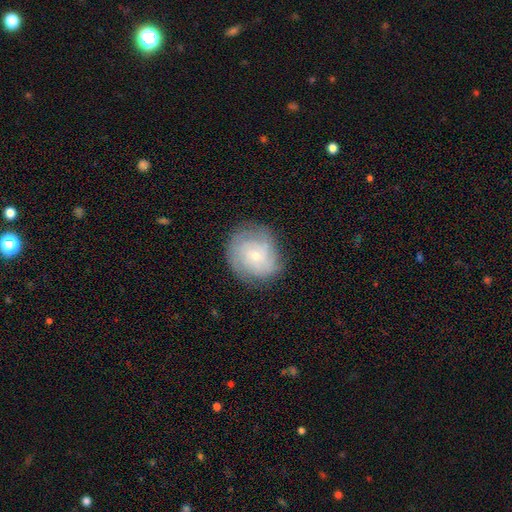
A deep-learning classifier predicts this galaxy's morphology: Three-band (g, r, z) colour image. It shows a featured or disk galaxy (58%) with no bar (77%), spiral arms (83%) and a small central bulge (70%). Merging: none (77%).